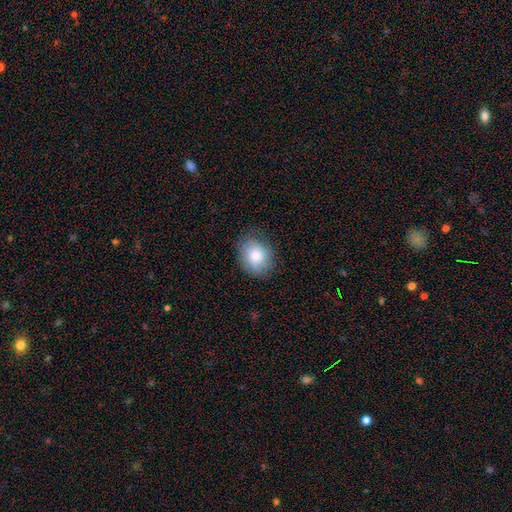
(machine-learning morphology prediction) smooth-or-featured: smooth: 78% | featured or disk: 14% | star or artifact: 8%
  how-rounded: in between: 51% | round: 48% | cigar-shaped: 1%
  merging: none: 76% | minor disturbance: 18% | major disturbance: 5% | merger: 1%